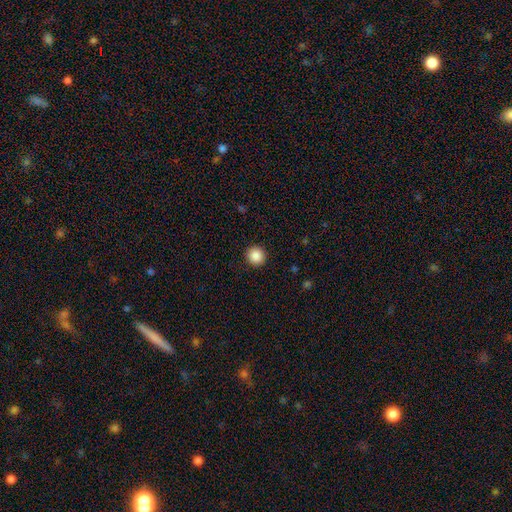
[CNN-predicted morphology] Smooth or featured? Predicted: smooth (p=0.88). How rounded? Predicted: round (p=0.94). Merging? Predicted: none (p=0.92).